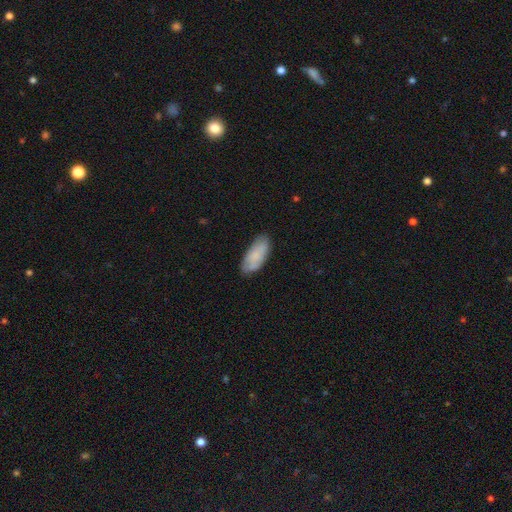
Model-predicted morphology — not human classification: This appears to be a smooth galaxy with no disk features (74%) that is in between round and cigar-shaped (87%). Merging: none (74%).